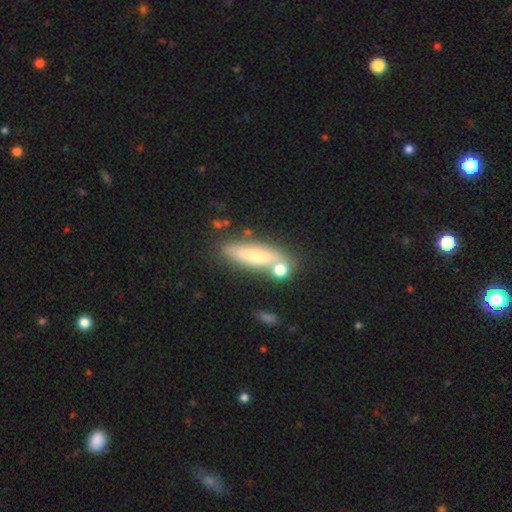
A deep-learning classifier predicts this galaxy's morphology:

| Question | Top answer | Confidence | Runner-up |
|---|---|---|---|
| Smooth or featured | smooth | 65% | featured or disk (26%) |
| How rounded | cigar-shaped | 68% | in between (29%) |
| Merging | none | 63% | merger (16%) |